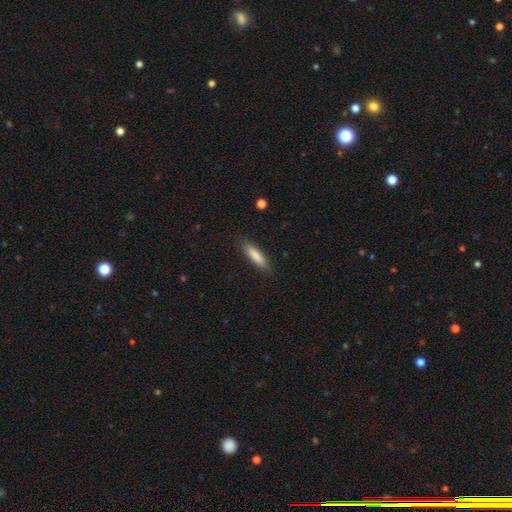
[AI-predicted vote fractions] Q: Smooth or featured?
A: smooth (82%); runner-up: featured or disk (13%)
Q: How rounded?
A: cigar-shaped (70%); runner-up: in between (28%)
Q: Merging?
A: none (85%); runner-up: minor disturbance (12%)